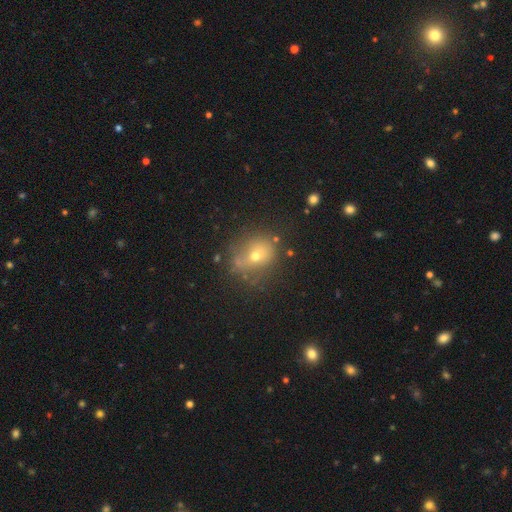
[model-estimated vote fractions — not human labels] smooth-or-featured: smooth: 59% | featured or disk: 21% | star or artifact: 20%
  how-rounded: round: 66% | in between: 33% | cigar-shaped: 1%
  merging: none: 65% | minor disturbance: 20% | major disturbance: 9% | merger: 6%